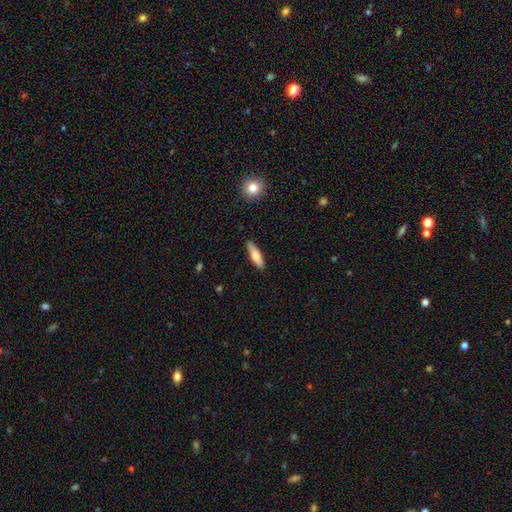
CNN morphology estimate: A smooth galaxy with no disk features (69%) that is cigar-shaped (70%).

Vote fractions:
- Smooth or featured? smooth: 69% / featured or disk: 26% / star or artifact: 6%
- How rounded? cigar-shaped: 70% / in between: 28% / round: 2%
- Merging? none: 88% / minor disturbance: 9% / major disturbance: 2% / merger: 1%